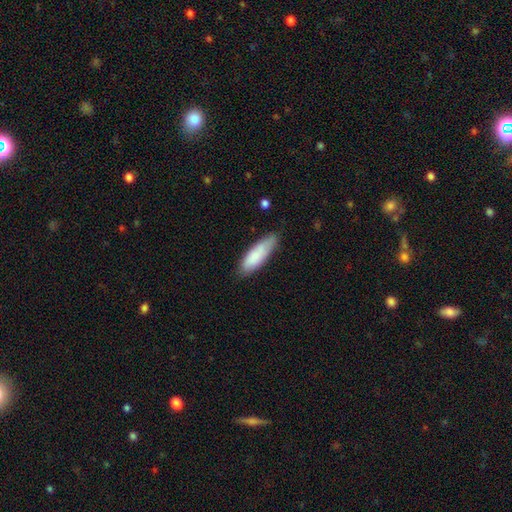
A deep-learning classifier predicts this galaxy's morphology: Smooth or featured?
  - smooth: 80% *
  - featured or disk: 15%
  - star or artifact: 6%
How rounded?
  - in between: 54% *
  - cigar-shaped: 44%
  - round: 2%
Merging?
  - none: 73% *
  - minor disturbance: 22%
  - major disturbance: 4%
  - merger: 2%